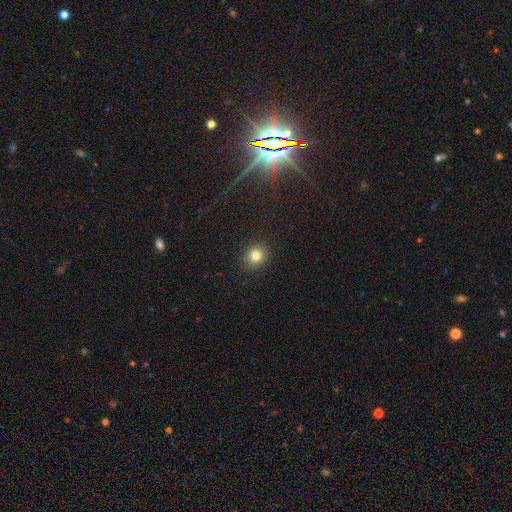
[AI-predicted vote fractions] smooth-or-featured: smooth: 80% | star or artifact: 13% | featured or disk: 7%
  how-rounded: round: 81% | in between: 18% | cigar-shaped: 1%
  merging: none: 87% | minor disturbance: 9% | major disturbance: 3% | merger: 1%